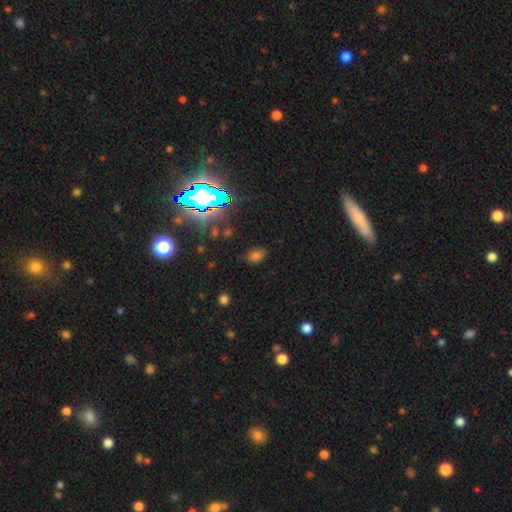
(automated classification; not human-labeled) This appears to be a smooth galaxy with no disk features (50%) that is in between round and cigar-shaped (73%). Merging: none (81%).